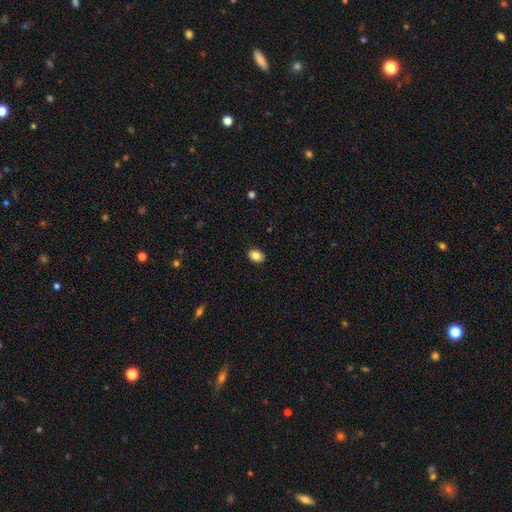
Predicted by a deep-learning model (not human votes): Smooth or featured? Predicted: smooth (p=0.85). How rounded? Predicted: in between (p=0.64). Merging? Predicted: none (p=0.90).